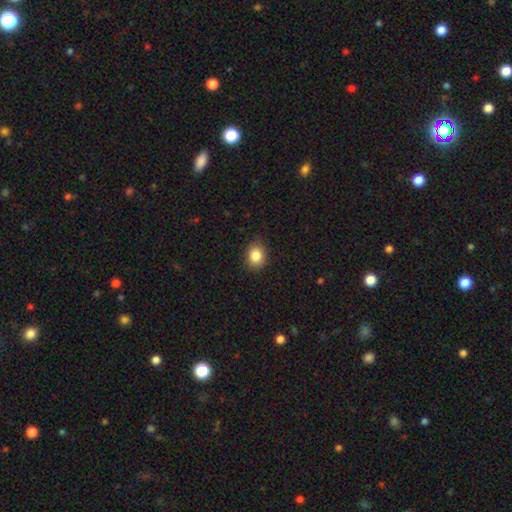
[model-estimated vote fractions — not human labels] smooth 85%, star or artifact 9%, featured or disk 5%. Down the decision tree: how rounded — round (52%); merging — none (84%).